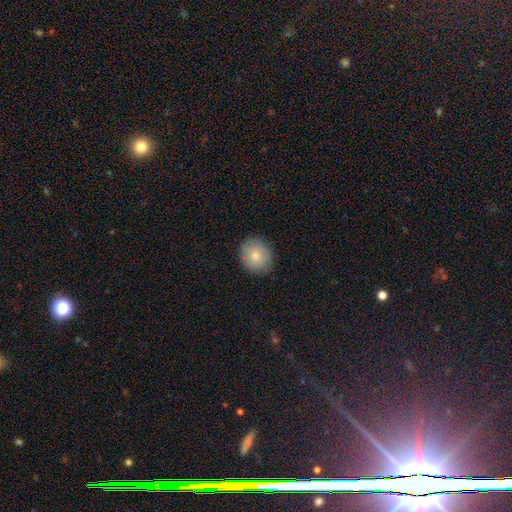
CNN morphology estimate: This appears to be a smooth galaxy with no disk features (82%) that is round (74%). Merging: none (88%).